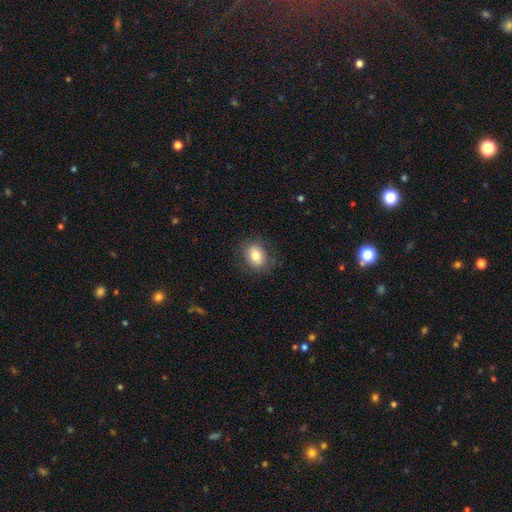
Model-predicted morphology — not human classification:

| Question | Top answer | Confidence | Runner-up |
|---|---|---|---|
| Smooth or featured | smooth | 77% | featured or disk (14%) |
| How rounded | in between | 55% | round (44%) |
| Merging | none | 81% | minor disturbance (13%) |